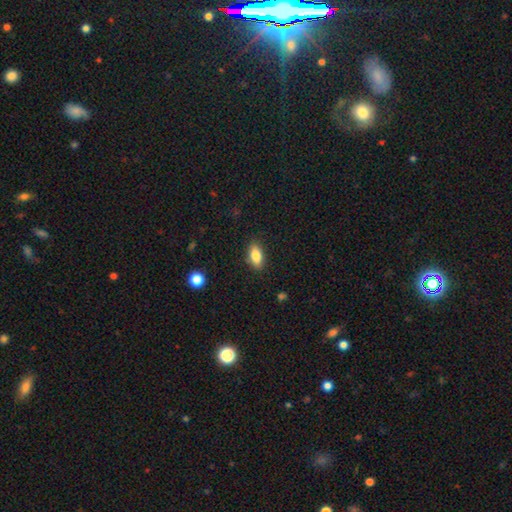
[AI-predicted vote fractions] A smooth galaxy with no disk features (82%) that is in between round and cigar-shaped (87%).

Vote fractions:
- Smooth or featured? smooth: 82% / featured or disk: 11% / star or artifact: 8%
- How rounded? in between: 87% / cigar-shaped: 9% / round: 4%
- Merging? none: 86% / minor disturbance: 10% / major disturbance: 2% / merger: 1%